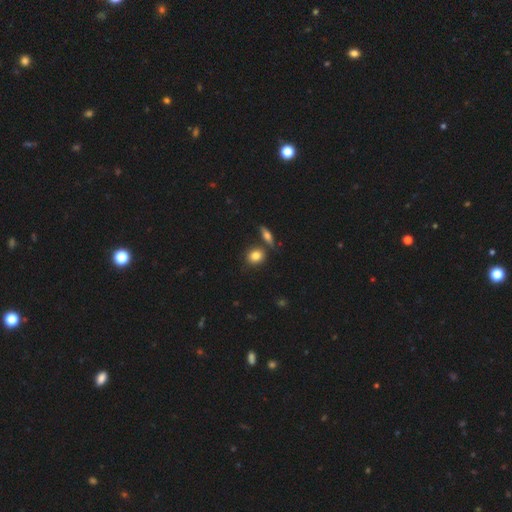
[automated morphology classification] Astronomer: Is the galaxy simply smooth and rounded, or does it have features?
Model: smooth — 82%.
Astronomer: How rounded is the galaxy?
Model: round — 63%.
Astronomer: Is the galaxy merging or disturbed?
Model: none — 72%.